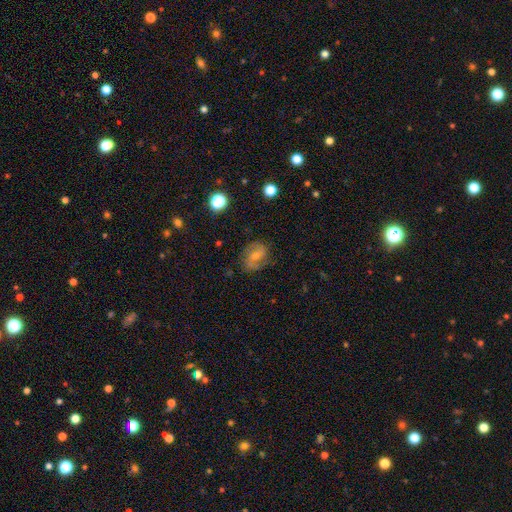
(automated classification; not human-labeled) Q: Smooth or featured?
A: featured or disk (57%); runner-up: smooth (33%)
Q: Edge-on disk?
A: no (97%); runner-up: yes (3%)
Q: Bar?
A: weak (48%); runner-up: no (31%)
Q: Spiral arms?
A: yes (86%); runner-up: no (14%)
Q: Bulge size?
A: small (45%); runner-up: moderate (33%)
Q: Merging?
A: none (70%); runner-up: minor disturbance (19%)